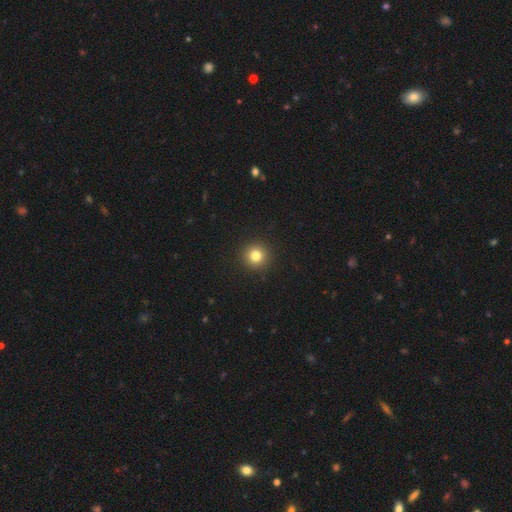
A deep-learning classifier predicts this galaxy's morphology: Overall: smooth (81%). How rounded: round (95%). Merging: none (93%).